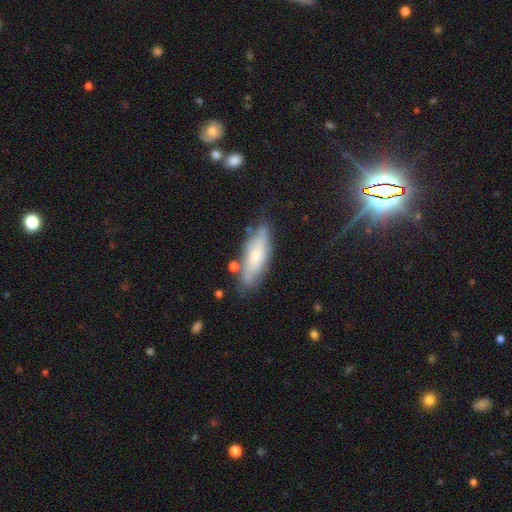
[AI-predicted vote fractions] Morphology: type=smooth (60%); roundness=in between (57%); merging=none (70%).